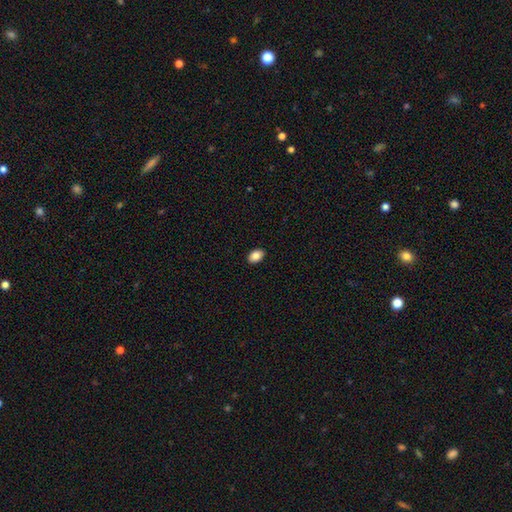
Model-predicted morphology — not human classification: smooth 86%, star or artifact 8%, featured or disk 6%. Down the decision tree: how rounded — in between (87%); merging — none (90%).